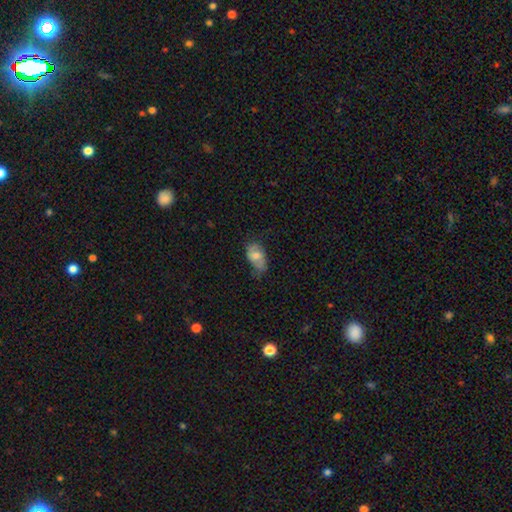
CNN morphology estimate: Smooth or featured: smooth — 65% (featured or disk — 27%)
How rounded: in between — 91% (round — 6%)
Merging: none — 54% (minor disturbance — 34%)